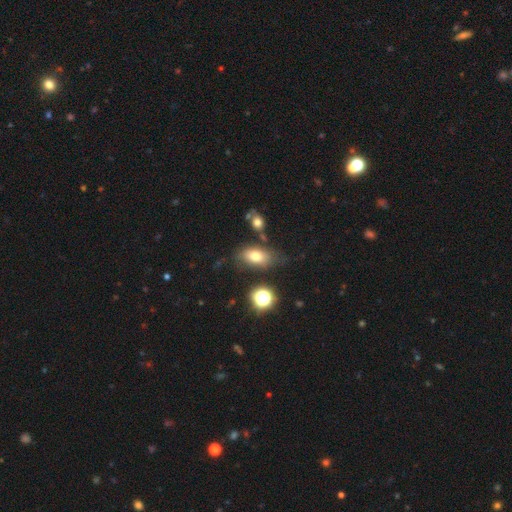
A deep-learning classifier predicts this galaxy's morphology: smooth-or-featured: smooth: 73% | featured or disk: 15% | star or artifact: 12%
  how-rounded: in between: 86% | round: 11% | cigar-shaped: 3%
  merging: none: 67% | minor disturbance: 19% | merger: 8% | major disturbance: 6%